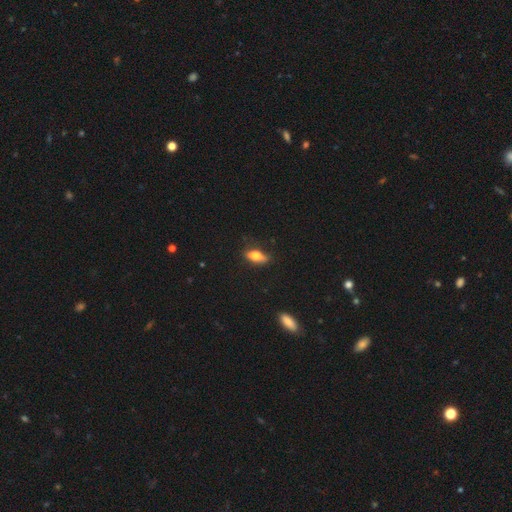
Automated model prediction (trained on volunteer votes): Smooth or featured? smooth (72%)
How rounded? in between (77%)
Merging? none (70%)